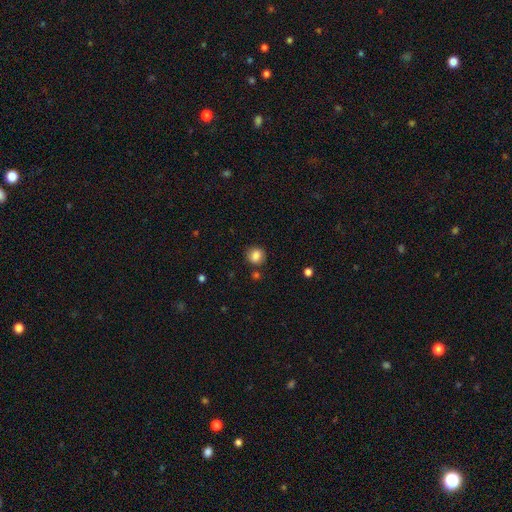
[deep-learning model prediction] Smooth or featured?
  - smooth: 85% *
  - star or artifact: 10%
  - featured or disk: 5%
How rounded?
  - round: 81% *
  - in between: 18%
  - cigar-shaped: 1%
Merging?
  - none: 85% *
  - minor disturbance: 9%
  - merger: 4%
  - major disturbance: 3%